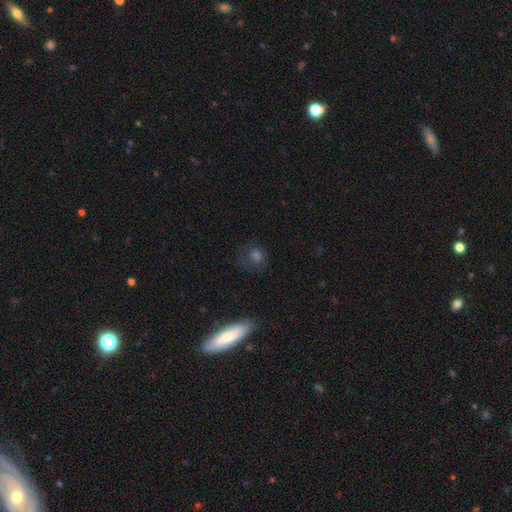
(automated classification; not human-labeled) This appears to be a smooth galaxy with no disk features (64%) that is round (61%). Merging: none (67%).